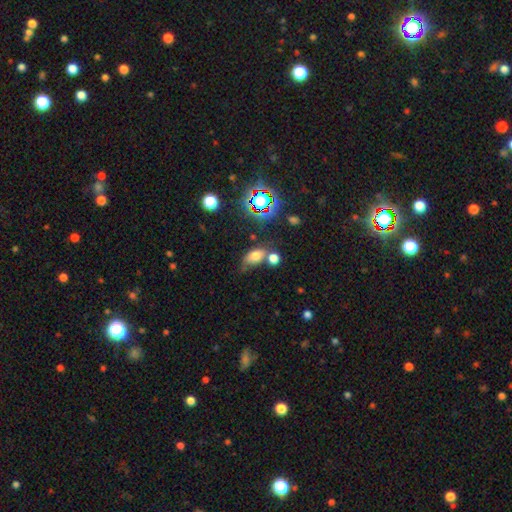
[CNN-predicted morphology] Smooth or featured: smooth — 68% (star or artifact — 19%)
How rounded: in between — 82% (round — 13%)
Merging: none — 48% (minor disturbance — 22%)